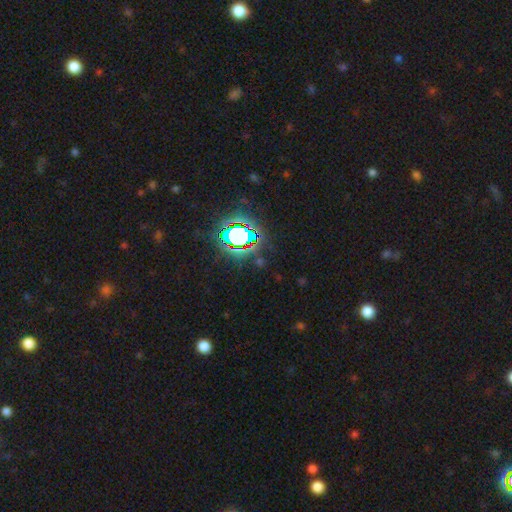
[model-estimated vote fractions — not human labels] Smooth or featured? Predicted: star or artifact (p=0.80).